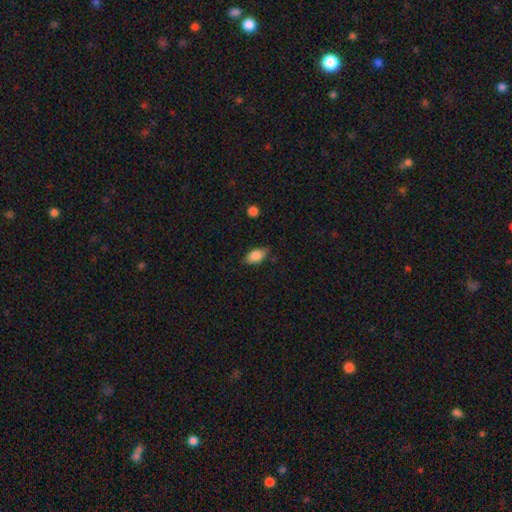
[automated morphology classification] smooth 84%, featured or disk 9%, star or artifact 8%. Down the decision tree: how rounded — in between (89%); merging — none (75%).